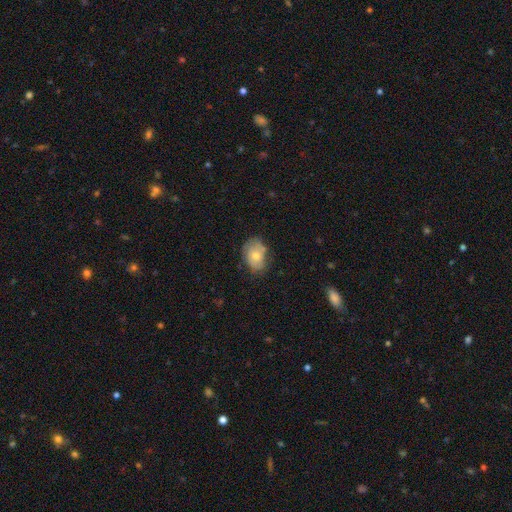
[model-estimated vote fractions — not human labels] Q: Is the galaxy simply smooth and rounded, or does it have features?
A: smooth — 68%.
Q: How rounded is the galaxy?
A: in between — 74%.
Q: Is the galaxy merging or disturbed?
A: none — 62%.